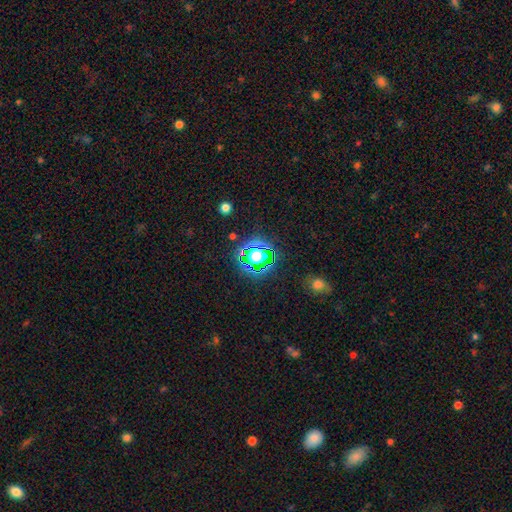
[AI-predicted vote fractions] Morphology: type=star or artifact (56%).